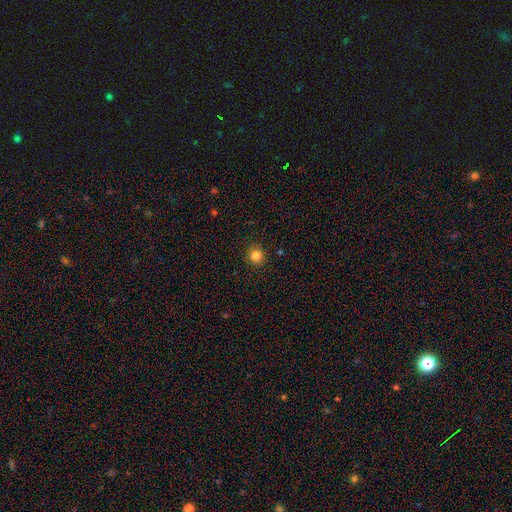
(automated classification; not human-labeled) smooth 83%, star or artifact 12%, featured or disk 5%. Down the decision tree: how rounded — round (93%); merging — none (92%).